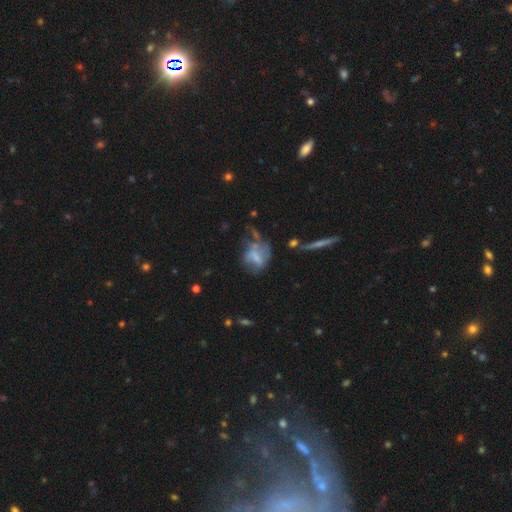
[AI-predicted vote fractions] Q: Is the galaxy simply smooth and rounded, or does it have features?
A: featured or disk — 47%.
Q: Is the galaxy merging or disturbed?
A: major disturbance — 33%, tied with none.